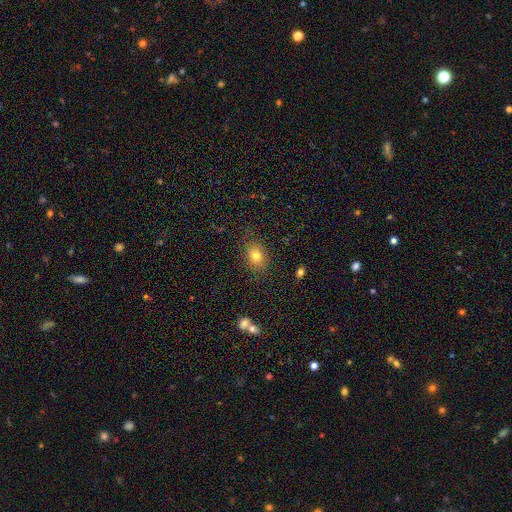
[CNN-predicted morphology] smooth_or_featured: smooth (p=0.79) [alt: star or artifact p=0.12]
how_rounded: in between (p=0.64) [alt: round p=0.35]
merging: none (p=0.84) [alt: minor disturbance p=0.11]